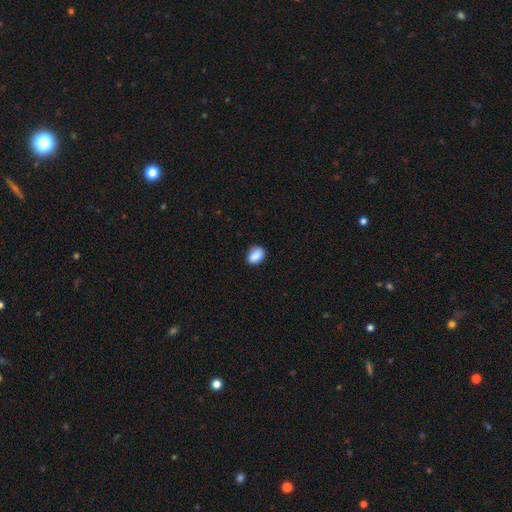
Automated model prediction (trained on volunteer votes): Smooth or featured: smooth — 88% (star or artifact — 8%)
How rounded: in between — 82% (round — 16%)
Merging: none — 82% (minor disturbance — 15%)